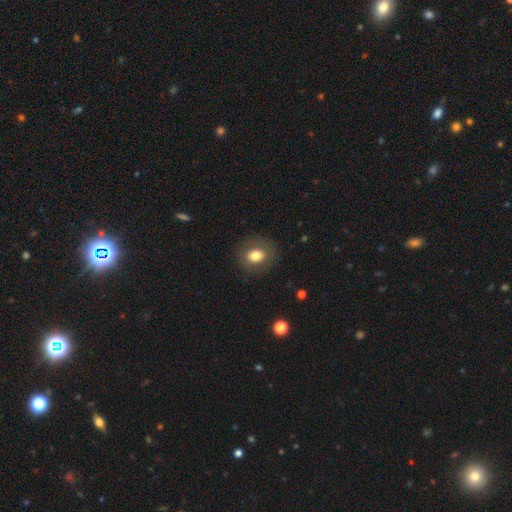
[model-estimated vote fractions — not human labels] The model was most divided on "how rounded": round: 68%, in between: 31%, cigar-shaped: 1%. More confident: merging — none (85%); smooth or featured — smooth (74%).